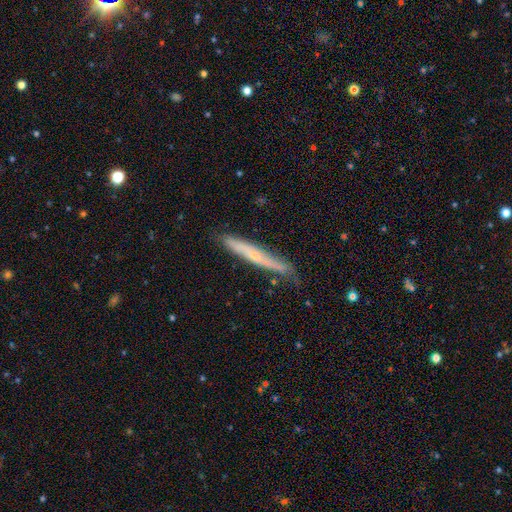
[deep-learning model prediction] This appears to be a featured or disk galaxy (54%) viewed edge-on (89%). Merging: none (78%).